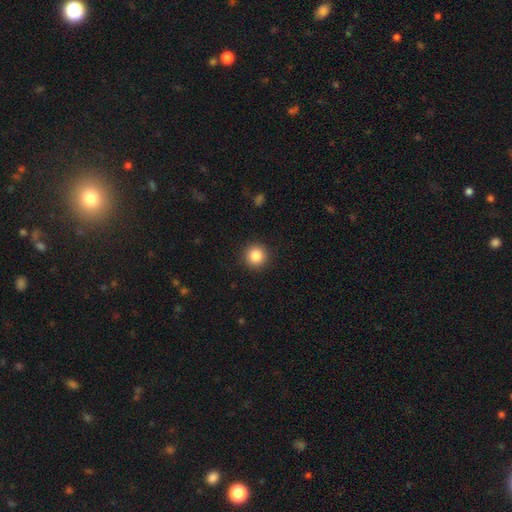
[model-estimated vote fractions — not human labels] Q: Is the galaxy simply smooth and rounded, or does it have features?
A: smooth — 85%.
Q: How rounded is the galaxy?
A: round — 95%.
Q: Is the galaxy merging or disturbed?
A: none — 92%.